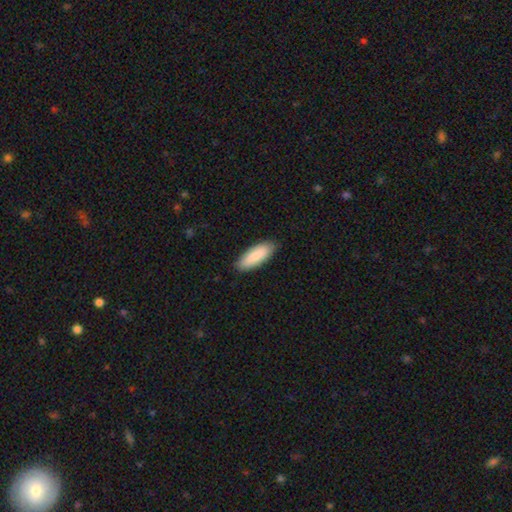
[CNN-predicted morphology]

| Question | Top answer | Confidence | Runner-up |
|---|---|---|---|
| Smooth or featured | smooth | 86% | featured or disk (9%) |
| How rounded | in between | 69% | cigar-shaped (29%) |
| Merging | none | 86% | minor disturbance (11%) |